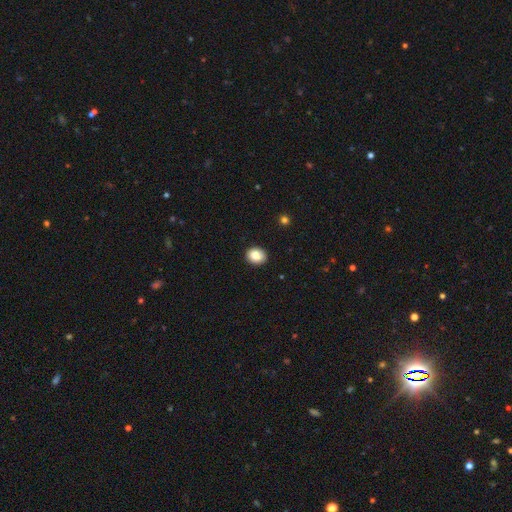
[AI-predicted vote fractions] This is clearly a smooth galaxy (84%). How rounded: possibly round (59%). Merging: clearly none (91%).